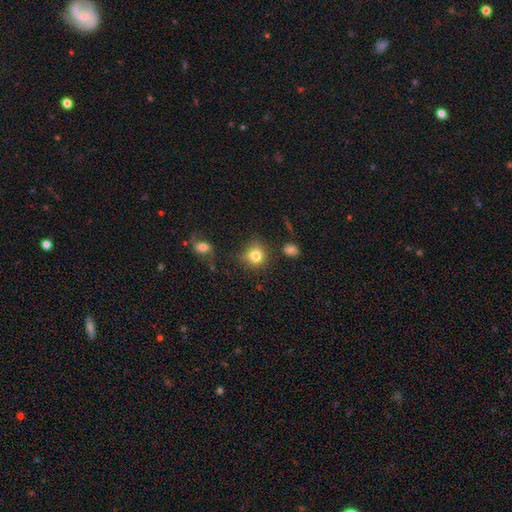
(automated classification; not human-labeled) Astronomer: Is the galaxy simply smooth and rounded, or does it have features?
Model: smooth — 80%.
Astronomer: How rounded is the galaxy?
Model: round — 79%.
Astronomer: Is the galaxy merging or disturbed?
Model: none — 65%.